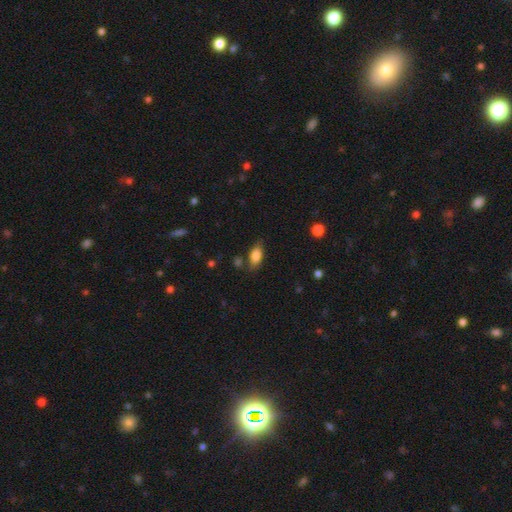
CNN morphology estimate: smooth 82%, featured or disk 10%, star or artifact 8%. Down the decision tree: how rounded — in between (88%); merging — none (74%).